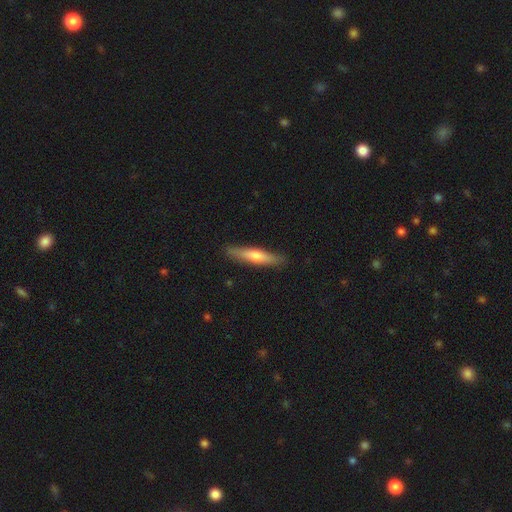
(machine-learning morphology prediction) Smooth or featured? smooth (57%)
How rounded? cigar-shaped (88%)
Merging? none (89%)